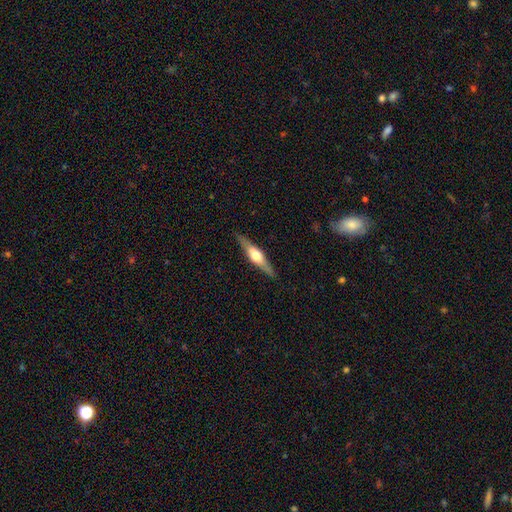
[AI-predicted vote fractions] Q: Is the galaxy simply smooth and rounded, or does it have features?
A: featured or disk — 63%.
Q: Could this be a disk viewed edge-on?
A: yes — 94%.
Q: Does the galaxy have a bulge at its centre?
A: rounded — 91%.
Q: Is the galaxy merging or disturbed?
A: none — 88%.